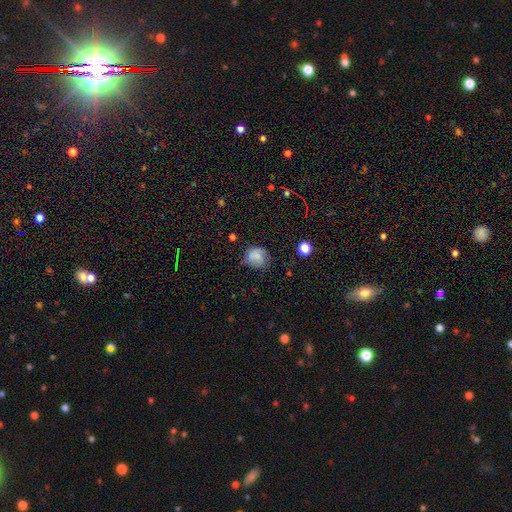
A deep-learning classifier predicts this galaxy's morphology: smooth 73%, featured or disk 18%, star or artifact 9%. Down the decision tree: how rounded — round (78%); merging — none (61%).